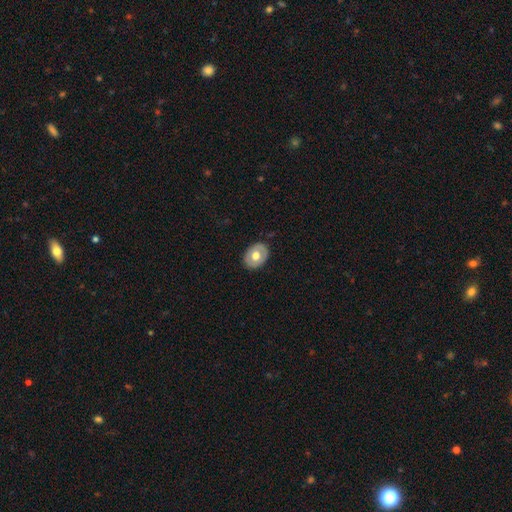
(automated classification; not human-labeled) Smooth or featured?
  - smooth: 59% *
  - featured or disk: 35%
  - star or artifact: 6%
How rounded?
  - in between: 62% *
  - round: 38%
  - cigar-shaped: 1%
Merging?
  - none: 86% *
  - minor disturbance: 11%
  - major disturbance: 2%
  - merger: 1%